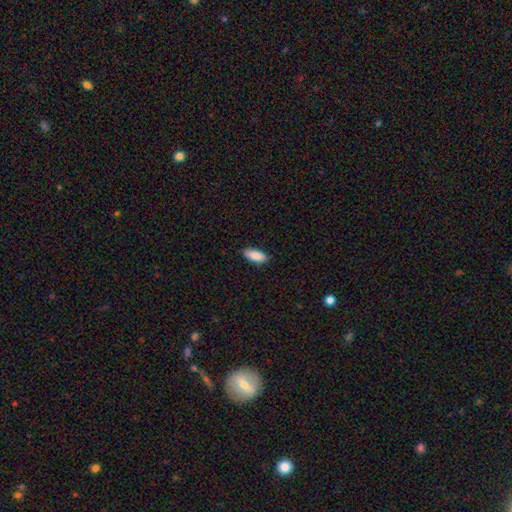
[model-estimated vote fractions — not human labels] The model was most divided on "how rounded": in between: 83%, cigar-shaped: 15%, round: 2%. More confident: smooth or featured — smooth (89%); merging — none (86%).